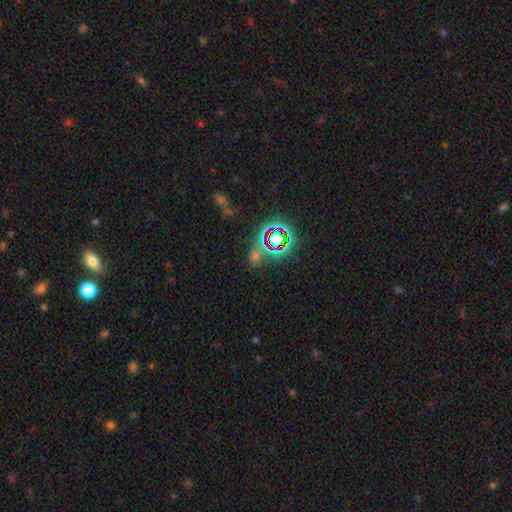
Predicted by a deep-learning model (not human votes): A star or artifact, not a galaxy (60%).